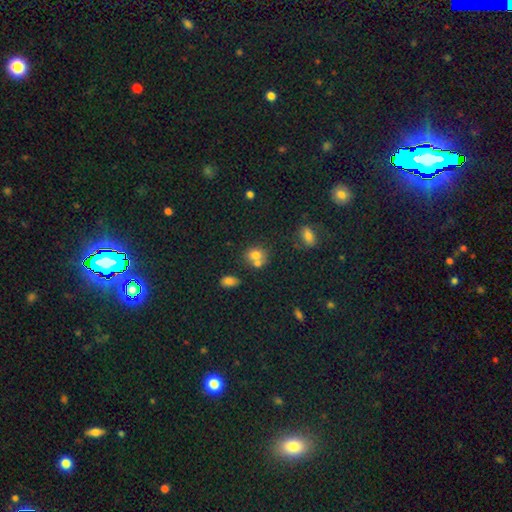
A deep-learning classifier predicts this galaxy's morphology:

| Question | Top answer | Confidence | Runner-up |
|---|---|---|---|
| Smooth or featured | smooth | 73% | featured or disk (14%) |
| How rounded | round | 63% | in between (36%) |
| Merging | merger | 44% | none (41%) |